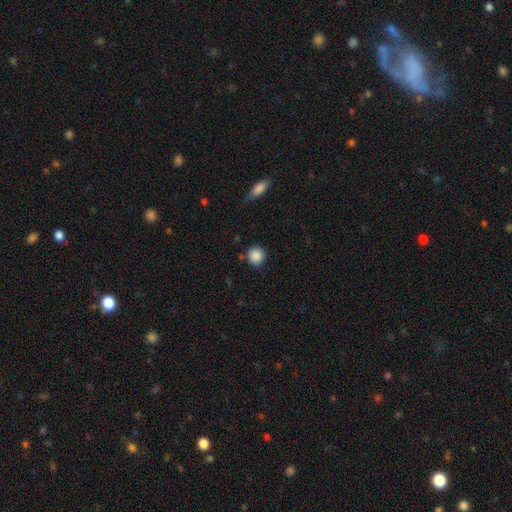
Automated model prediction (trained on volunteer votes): smooth-or-featured: smooth: 88% | star or artifact: 9% | featured or disk: 3%
  how-rounded: round: 91% | in between: 7% | cigar-shaped: 1%
  merging: none: 86% | minor disturbance: 9% | major disturbance: 3% | merger: 3%